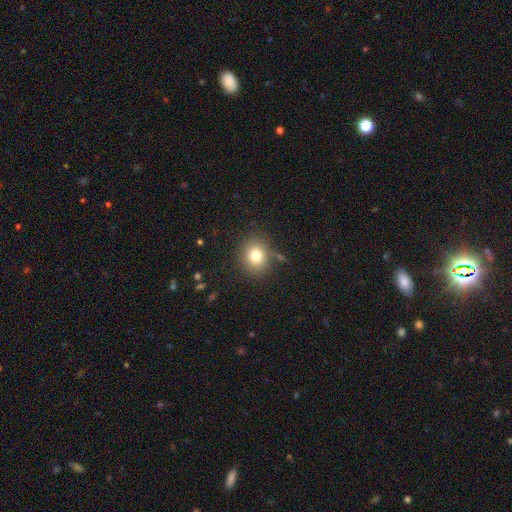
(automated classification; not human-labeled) Smooth or featured?
  - smooth: 79% *
  - star or artifact: 12%
  - featured or disk: 9%
How rounded?
  - round: 73% *
  - in between: 26%
  - cigar-shaped: 1%
Merging?
  - none: 83% *
  - minor disturbance: 10%
  - major disturbance: 4%
  - merger: 3%